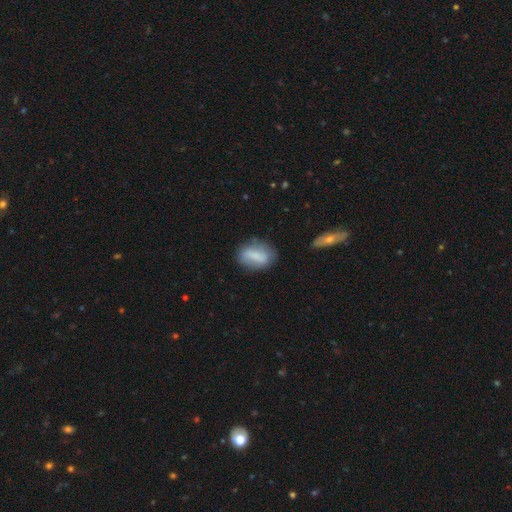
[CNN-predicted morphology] A smooth galaxy with no disk features (66%) that is in between round and cigar-shaped (79%). Merging: none (67%).